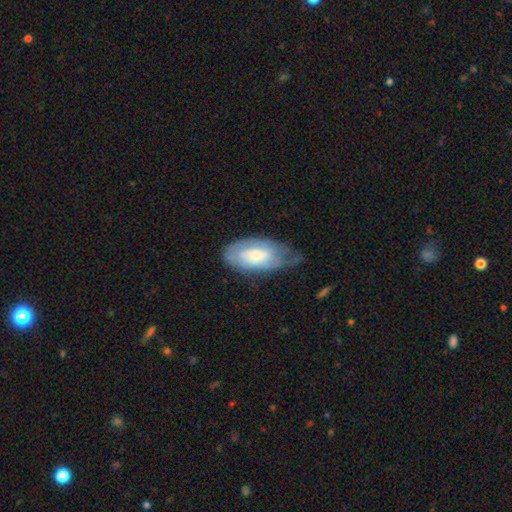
Volunteers were most divided on "smooth or featured": smooth: 54%, featured or disk: 38%, star or artifact: 8%. More confident: how rounded — in between (86%); merging — minor disturbance (50%).